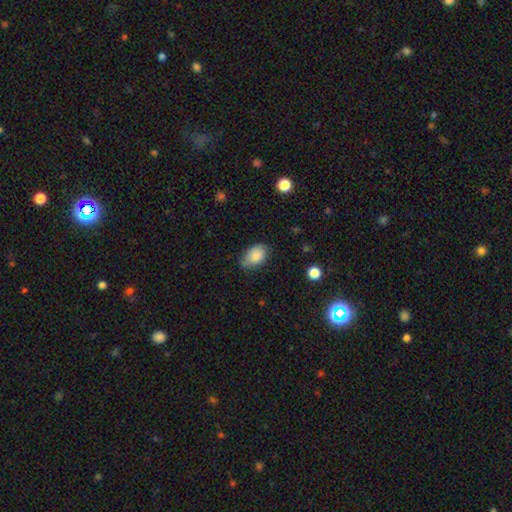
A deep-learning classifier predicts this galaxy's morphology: smooth-or-featured: smooth: 84% | featured or disk: 8% | star or artifact: 7%
  how-rounded: in between: 87% | round: 12% | cigar-shaped: 1%
  merging: none: 65% | minor disturbance: 28% | major disturbance: 5% | merger: 1%